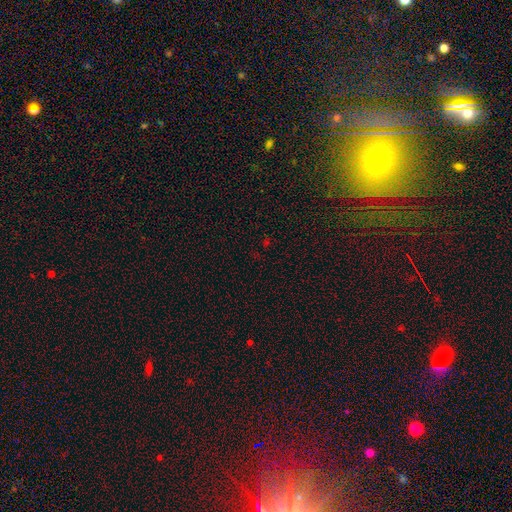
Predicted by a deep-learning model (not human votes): Smooth or featured? Predicted: star or artifact (p=0.68).